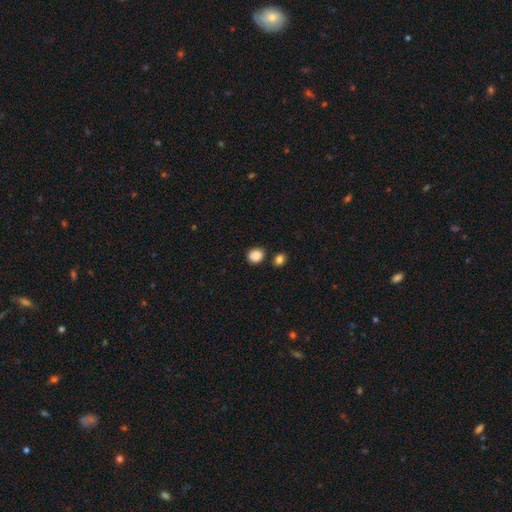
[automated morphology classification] Q: Smooth or featured?
A: smooth (88%); runner-up: star or artifact (9%)
Q: How rounded?
A: round (75%); runner-up: in between (25%)
Q: Merging?
A: none (81%); runner-up: minor disturbance (9%)